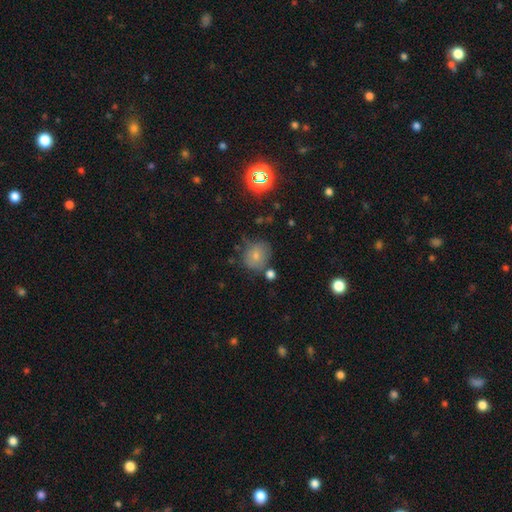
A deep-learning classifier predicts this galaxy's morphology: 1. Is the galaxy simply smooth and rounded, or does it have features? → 72% smooth, 15% featured or disk, 13% star or artifact.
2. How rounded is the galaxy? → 74% round, 25% in between, 1% cigar-shaped.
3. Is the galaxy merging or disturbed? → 64% none, 20% minor disturbance, 10% merger, 6% major disturbance.